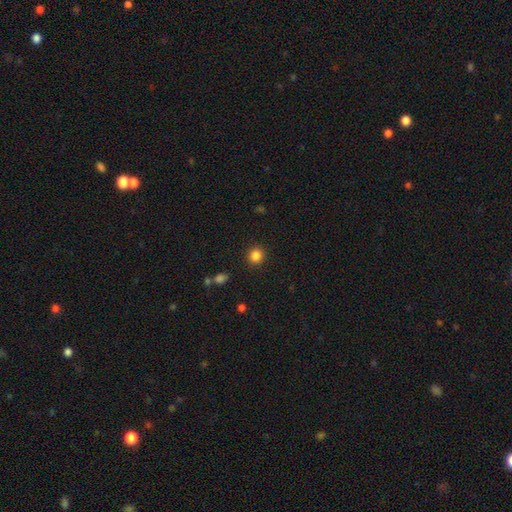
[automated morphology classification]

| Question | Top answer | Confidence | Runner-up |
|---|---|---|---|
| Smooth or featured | smooth | 84% | star or artifact (12%) |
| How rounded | round | 91% | in between (8%) |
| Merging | none | 91% | minor disturbance (5%) |